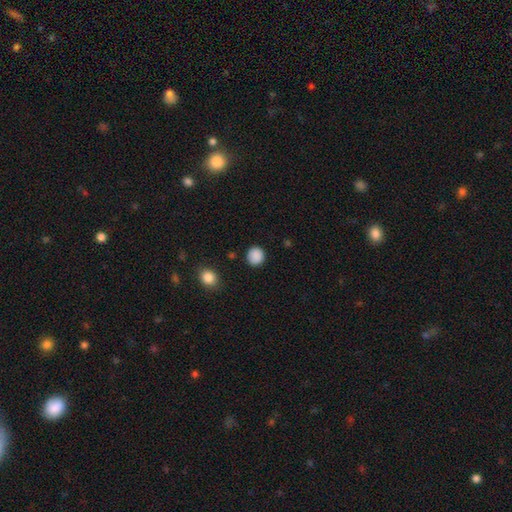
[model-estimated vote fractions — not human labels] A smooth galaxy with no disk features (88%) that is round (88%).

Vote fractions:
- Smooth or featured? smooth: 88% / star or artifact: 9% / featured or disk: 3%
- How rounded? round: 88% / in between: 11% / cigar-shaped: 1%
- Merging? none: 89% / minor disturbance: 7% / major disturbance: 2% / merger: 1%